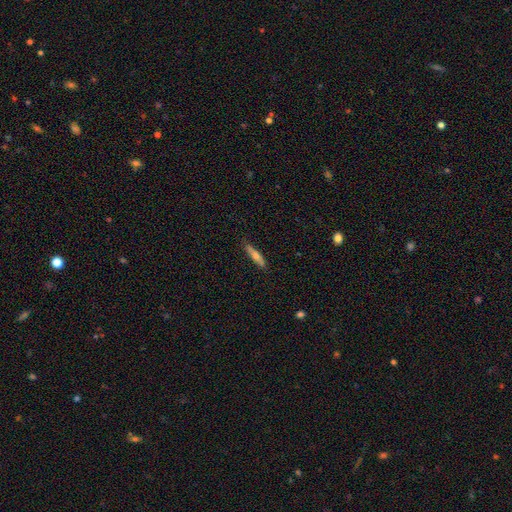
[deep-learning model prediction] smooth-or-featured: smooth: 53% | featured or disk: 41% | star or artifact: 6%
  how-rounded: cigar-shaped: 85% | in between: 13% | round: 2%
  merging: none: 87% | minor disturbance: 10% | major disturbance: 2% | merger: 1%